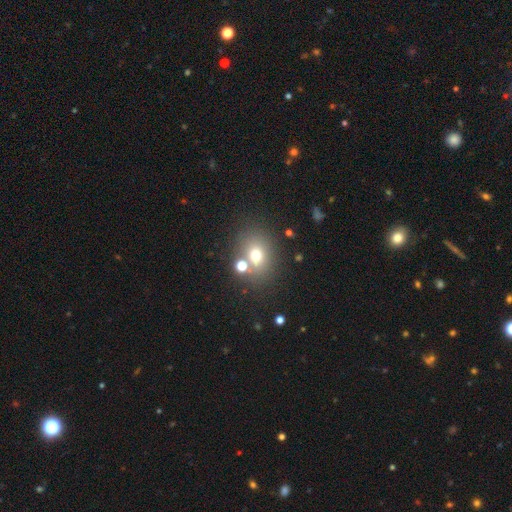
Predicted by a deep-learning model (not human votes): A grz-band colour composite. It shows a smooth galaxy with no disk features (69%) that is round (54%). Merging: none (68%).